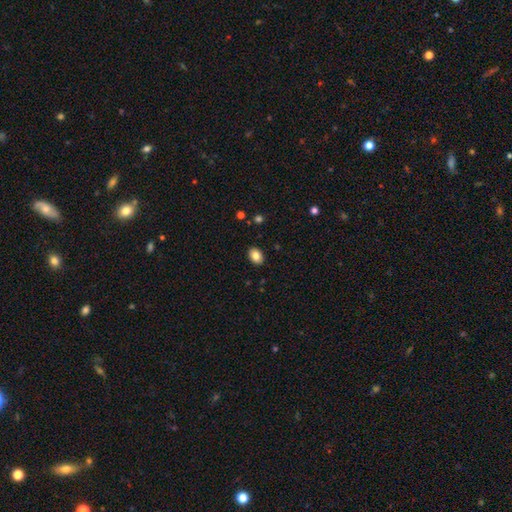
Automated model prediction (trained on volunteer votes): A smooth galaxy with no disk features (84%) that is in between round and cigar-shaped (75%).

Vote fractions:
- Smooth or featured? smooth: 84% / star or artifact: 8% / featured or disk: 8%
- How rounded? in between: 75% / round: 24% / cigar-shaped: 1%
- Merging? none: 89% / minor disturbance: 8% / major disturbance: 2% / merger: 1%